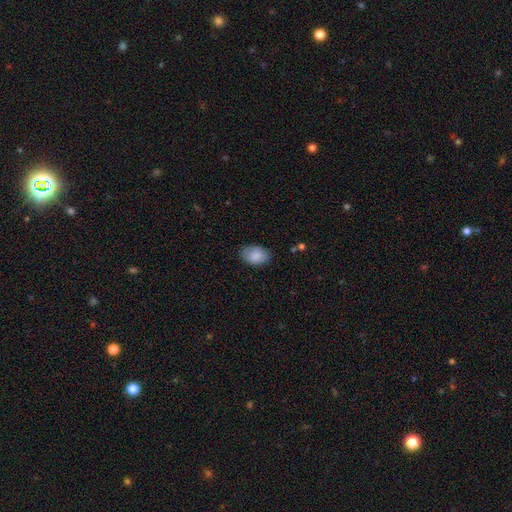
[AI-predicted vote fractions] smooth-or-featured: smooth: 86% | featured or disk: 8% | star or artifact: 7%
  how-rounded: in between: 83% | round: 16% | cigar-shaped: 1%
  merging: none: 79% | minor disturbance: 16% | major disturbance: 3% | merger: 1%